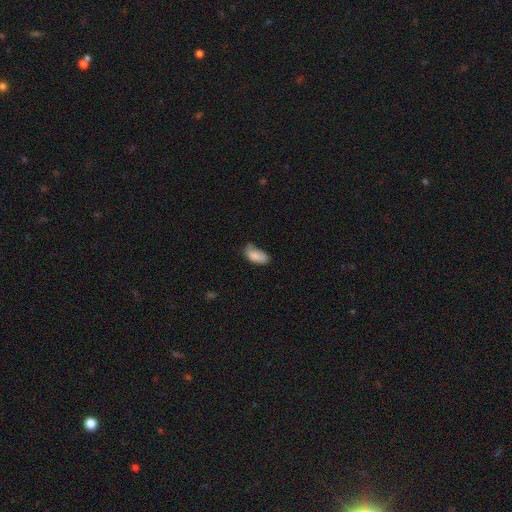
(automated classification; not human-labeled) Smooth or featured?
  - smooth: 85% *
  - star or artifact: 8%
  - featured or disk: 7%
How rounded?
  - in between: 92% *
  - cigar-shaped: 6%
  - round: 3%
Merging?
  - none: 48% *
  - minor disturbance: 38%
  - major disturbance: 10%
  - merger: 3%